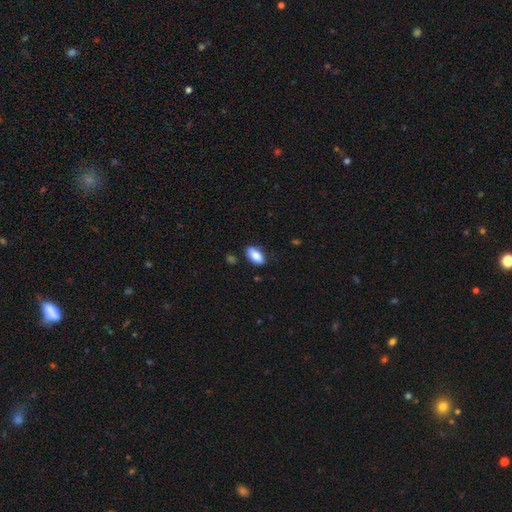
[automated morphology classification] A smooth galaxy with no disk features (82%) that is in between round and cigar-shaped (92%).

Vote fractions:
- Smooth or featured? smooth: 82% / featured or disk: 11% / star or artifact: 7%
- How rounded? in between: 92% / cigar-shaped: 5% / round: 3%
- Merging? none: 78% / minor disturbance: 17% / major disturbance: 3% / merger: 2%